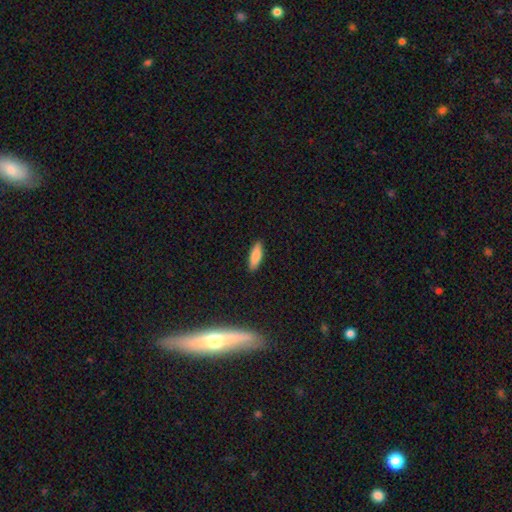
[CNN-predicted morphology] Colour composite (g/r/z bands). It shows a smooth galaxy with no disk features (83%) that is in between round and cigar-shaped (53%). Merging: none (89%).